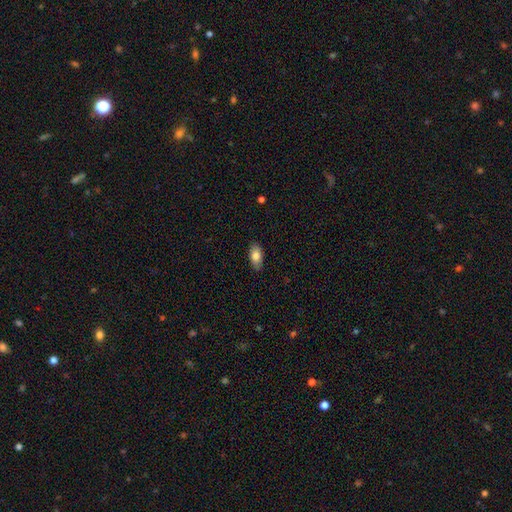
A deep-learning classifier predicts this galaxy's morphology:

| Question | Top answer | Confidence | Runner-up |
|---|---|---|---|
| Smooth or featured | smooth | 81% | featured or disk (12%) |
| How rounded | in between | 90% | cigar-shaped (7%) |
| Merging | none | 87% | minor disturbance (10%) |